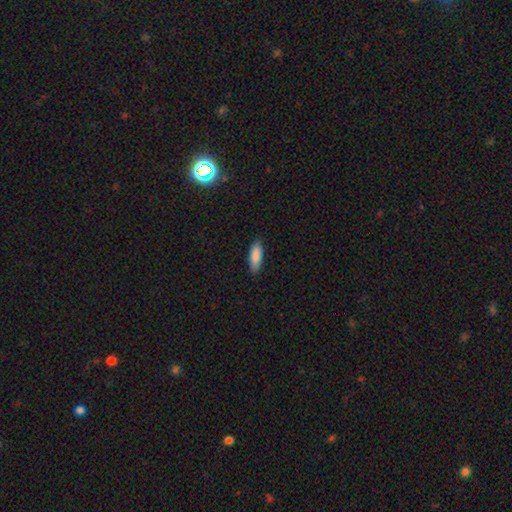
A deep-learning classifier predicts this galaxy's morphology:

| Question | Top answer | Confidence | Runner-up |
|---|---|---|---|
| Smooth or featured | smooth | 87% | featured or disk (7%) |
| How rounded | in between | 53% | cigar-shaped (46%) |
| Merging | none | 86% | minor disturbance (11%) |